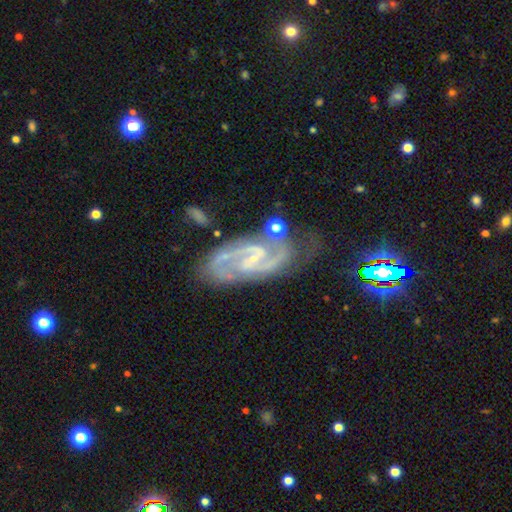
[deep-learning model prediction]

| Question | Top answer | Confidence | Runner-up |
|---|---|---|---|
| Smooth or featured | featured or disk | 87% | star or artifact (7%) |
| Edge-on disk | no | 96% | yes (4%) |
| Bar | weak | 51% | no (26%) |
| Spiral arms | yes | 97% | no (3%) |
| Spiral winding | medium | 52% | tight (32%) |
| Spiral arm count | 2 | 82% | can't tell (7%) |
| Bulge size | small | 61% | none (24%) |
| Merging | none | 66% | minor disturbance (20%) |